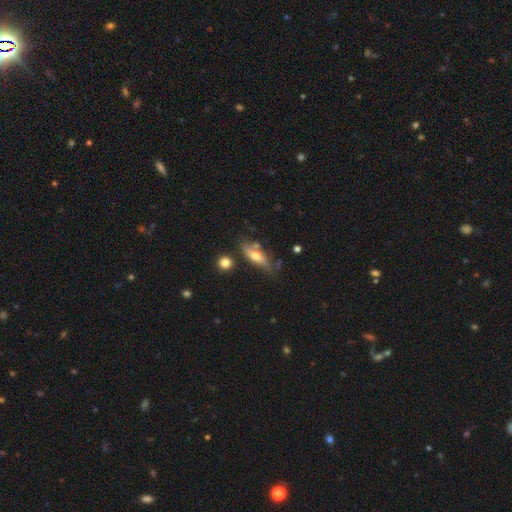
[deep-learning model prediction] The model was most divided on "smooth or featured": smooth: 53%, featured or disk: 40%, star or artifact: 7%. More confident: merging — none (60%); how rounded — in between (55%).